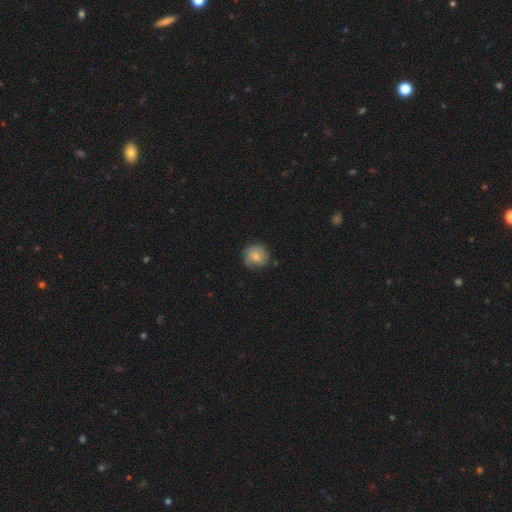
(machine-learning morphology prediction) Smooth or featured?
  - smooth: 72% *
  - featured or disk: 20%
  - star or artifact: 8%
How rounded?
  - round: 89% *
  - in between: 10%
  - cigar-shaped: 1%
Merging?
  - none: 76% *
  - minor disturbance: 19%
  - major disturbance: 4%
  - merger: 1%